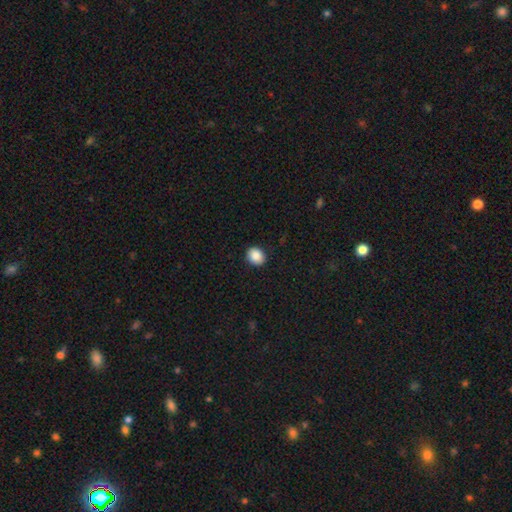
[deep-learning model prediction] A smooth galaxy with no disk features (89%) that is round (62%). Merging: none (90%).